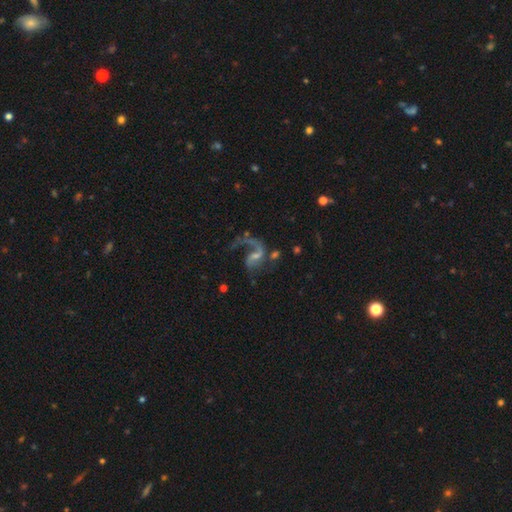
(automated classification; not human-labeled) Overall: featured or disk (85%). Edge-on disk: no (98%). Bar: weak (48%; no 34%). Spiral arms: yes (94%). Spiral arm count: 2 (58%; 1 37%). Spiral winding: loose (66%; medium 29%). Bulge size: small (55%; moderate 27%). Merging: none (42%; major disturbance 35%).